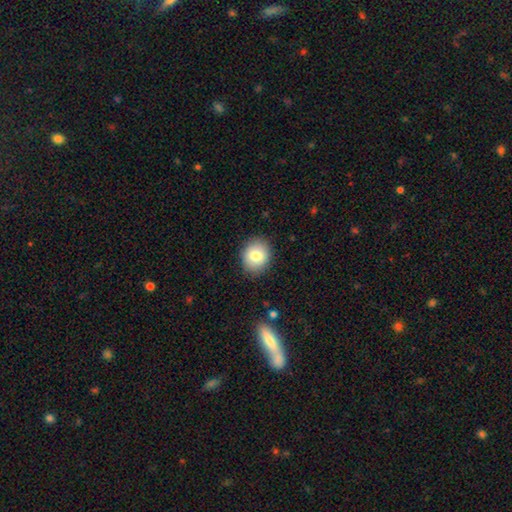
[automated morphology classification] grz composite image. It shows a smooth galaxy with no disk features (82%) that is round (62%). Merging: none (87%).